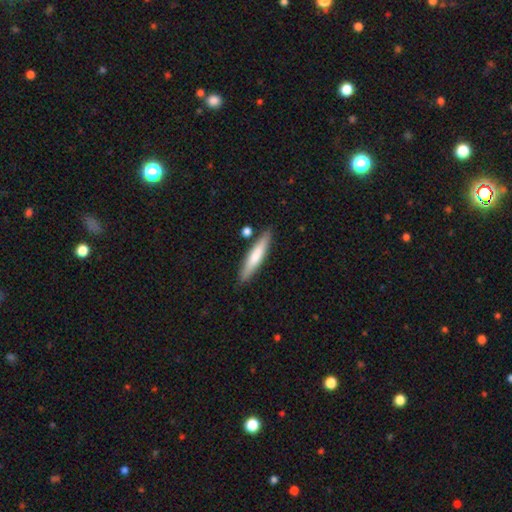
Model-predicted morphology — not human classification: smooth 65%, featured or disk 29%, star or artifact 6%. Down the decision tree: how rounded — cigar-shaped (89%); merging — none (83%).